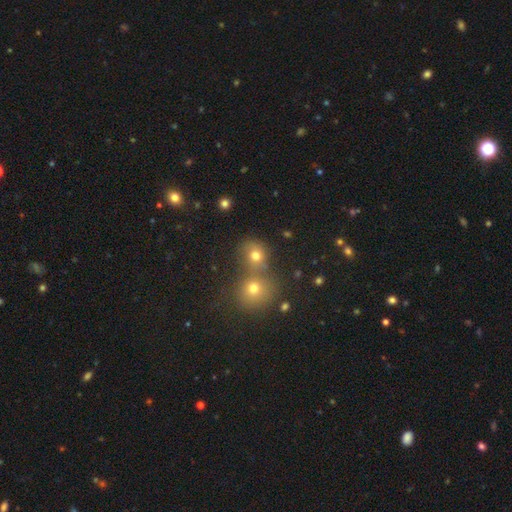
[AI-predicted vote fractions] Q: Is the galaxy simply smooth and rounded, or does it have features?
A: smooth — 71%.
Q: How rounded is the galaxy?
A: round — 78%.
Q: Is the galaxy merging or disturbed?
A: none — 44%.